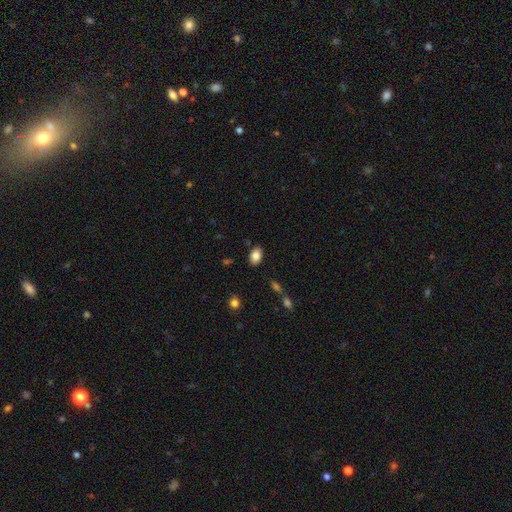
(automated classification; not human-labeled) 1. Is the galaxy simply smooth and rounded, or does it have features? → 85% smooth, 9% star or artifact, 6% featured or disk.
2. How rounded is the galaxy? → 85% in between, 14% round, 1% cigar-shaped.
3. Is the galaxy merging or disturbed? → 85% none, 10% minor disturbance, 3% major disturbance, 2% merger.